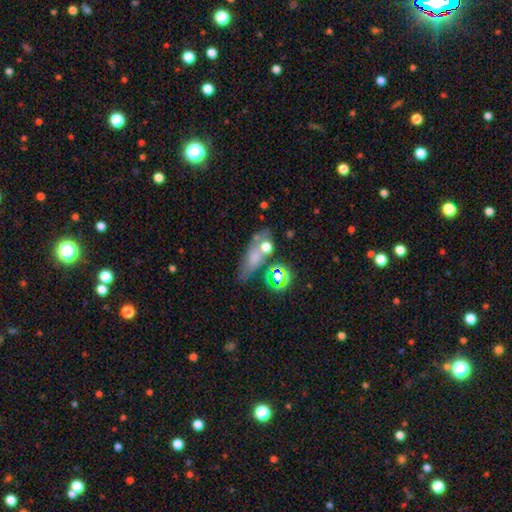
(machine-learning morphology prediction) Smooth or featured: smooth — 45% (featured or disk — 29%)
Merging: none — 51% (merger — 19%)